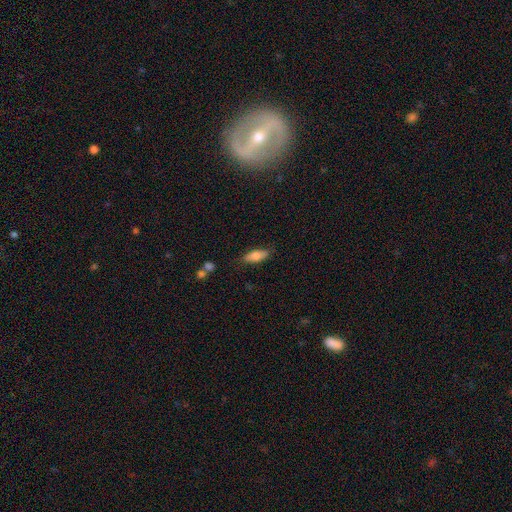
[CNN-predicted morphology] This appears to be a smooth galaxy with no disk features (75%) that is in between round and cigar-shaped (68%). Merging: none (80%).